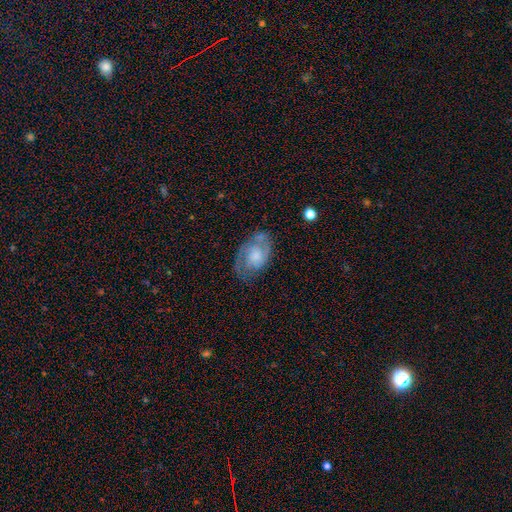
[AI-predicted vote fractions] This is likely a featured or disk galaxy (65%). It is clearly not viewed edge-on (96%). Bar: likely no (73%). Spiral arm pattern: clearly yes (82%). Spiral arm count: possibly 2 (52%). Spiral winding: marginally tight (43%). Central bulge: marginally moderate (35%). Merging: likely none (62%).